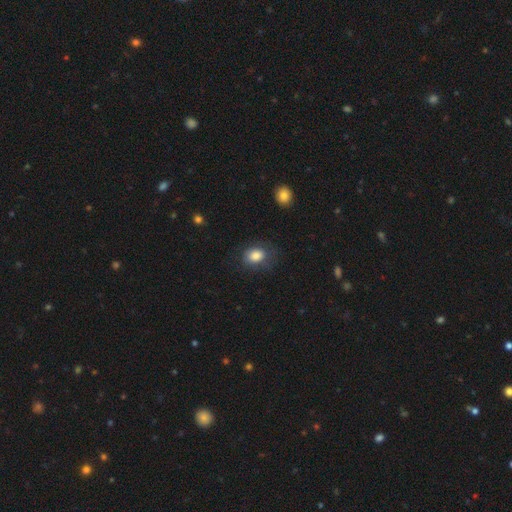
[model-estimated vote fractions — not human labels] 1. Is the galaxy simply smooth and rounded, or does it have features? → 83% smooth, 9% star or artifact, 8% featured or disk.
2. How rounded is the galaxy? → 62% in between, 37% round, 1% cigar-shaped.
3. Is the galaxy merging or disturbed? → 70% none, 20% minor disturbance, 9% major disturbance, 2% merger.